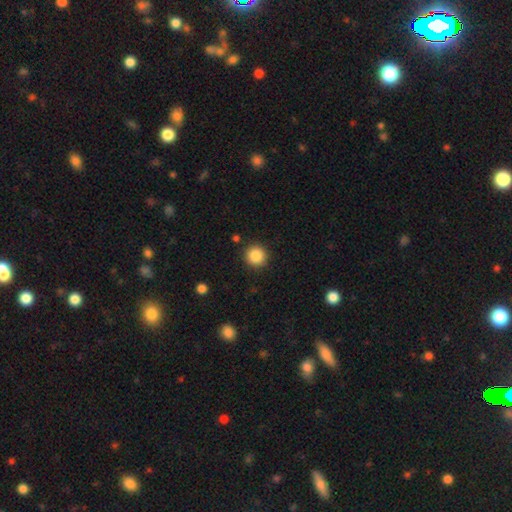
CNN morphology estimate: This appears to be a smooth galaxy with no disk features (86%) that is round (94%). Merging: none (91%).